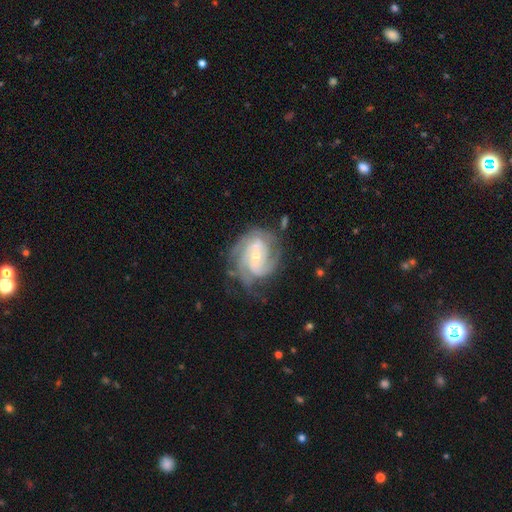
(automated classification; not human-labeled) The model was most divided on "spiral arm count": 2: 30%, 3: 29%, can't tell: 23%, 4: 10%, 1: 5%, more than 4: 4%. Remaining: edge-on disk — no (98%); spiral arms — yes (96%); smooth or featured — featured or disk (87%); merging — none (64%); spiral winding — tight (58%); bulge size — small (58%); bar — weak (45%).